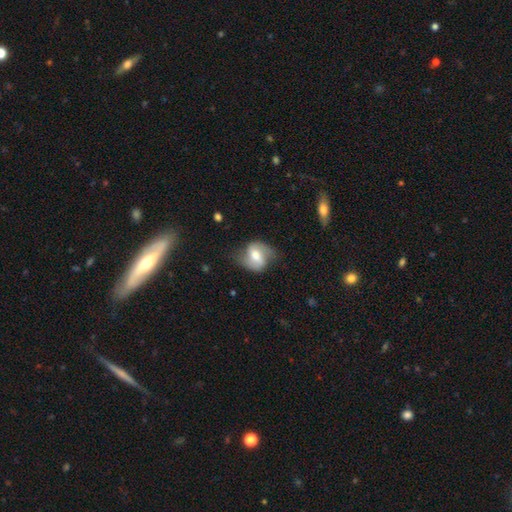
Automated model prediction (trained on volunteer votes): Q: Smooth or featured?
A: featured or disk (58%); runner-up: smooth (35%)
Q: Edge-on disk?
A: no (96%); runner-up: yes (4%)
Q: Bar?
A: weak (46%); runner-up: strong (29%)
Q: Spiral arms?
A: yes (85%); runner-up: no (15%)
Q: Bulge size?
A: moderate (53%); runner-up: large (23%)
Q: Merging?
A: none (60%); runner-up: minor disturbance (26%)